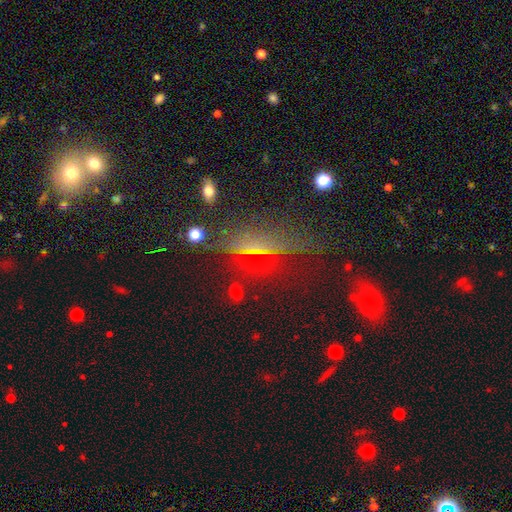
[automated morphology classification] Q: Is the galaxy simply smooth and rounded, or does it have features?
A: star or artifact — 50%.